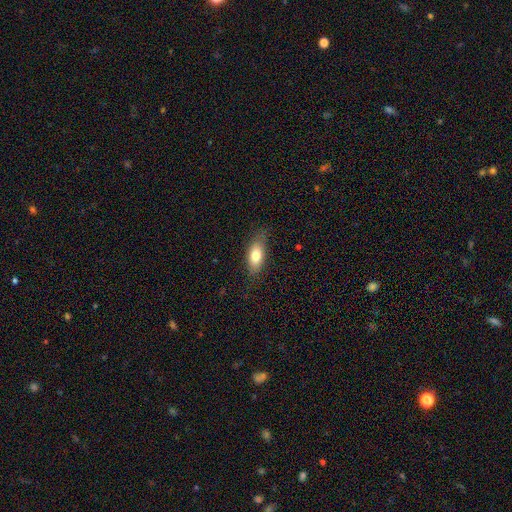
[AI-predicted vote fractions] Smooth or featured?
  - smooth: 77% *
  - featured or disk: 16%
  - star or artifact: 7%
How rounded?
  - in between: 82% *
  - cigar-shaped: 14%
  - round: 4%
Merging?
  - none: 76% *
  - minor disturbance: 19%
  - major disturbance: 5%
  - merger: 1%